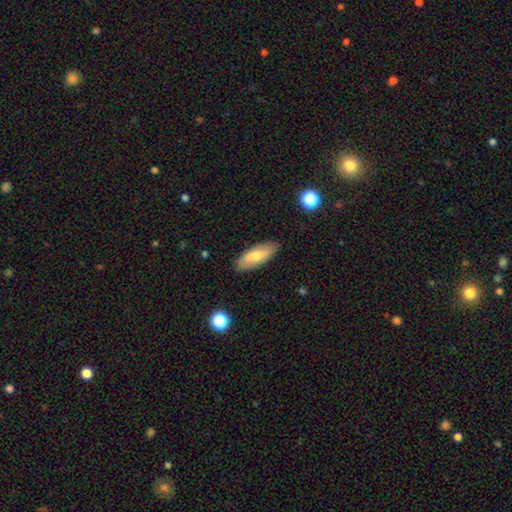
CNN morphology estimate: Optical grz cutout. It shows a smooth galaxy with no disk features (65%) that is in between round and cigar-shaped (76%). Merging: none (84%).